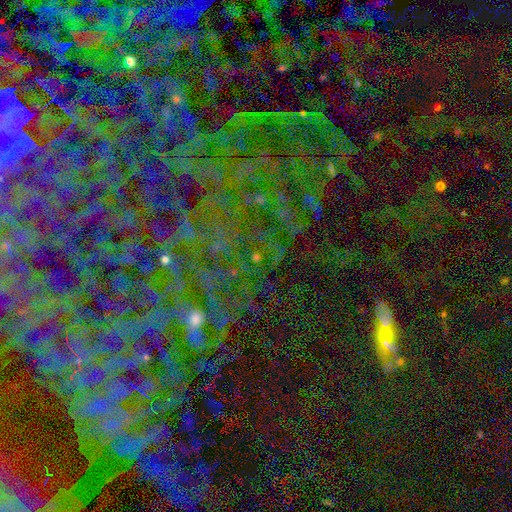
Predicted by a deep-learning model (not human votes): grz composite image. It shows a star or artifact, not a galaxy (73%).